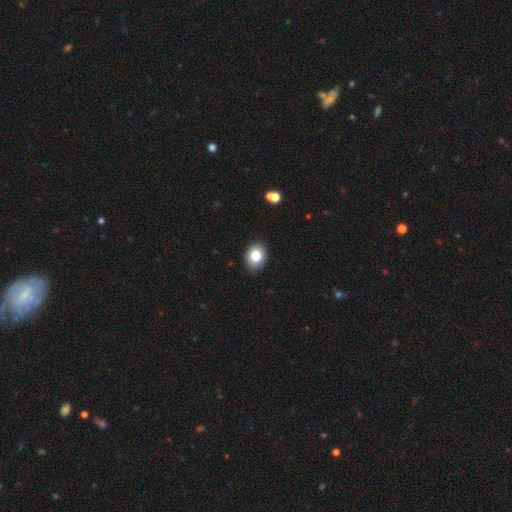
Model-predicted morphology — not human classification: This appears to be a smooth galaxy with no disk features (82%) that is in between round and cigar-shaped (63%). Merging: none (89%).